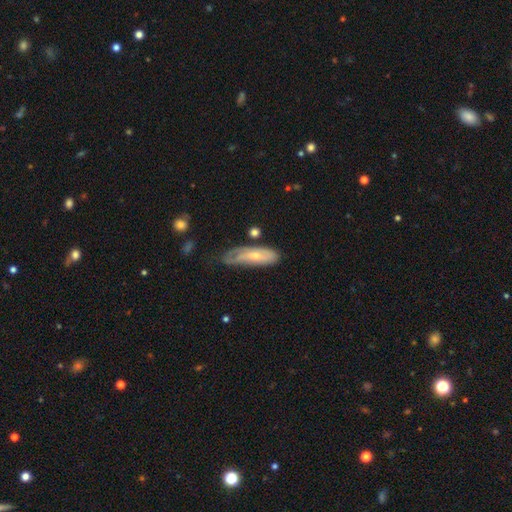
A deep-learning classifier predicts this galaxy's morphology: type=featured or disk (47%, tied with smooth); merging=none (42%).